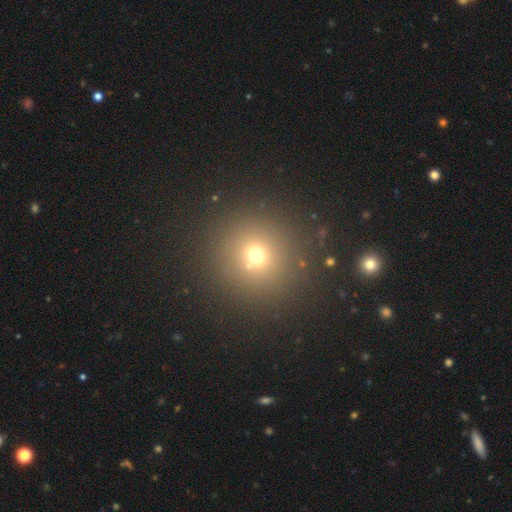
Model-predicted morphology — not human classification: A smooth galaxy with no disk features (66%) that is round (93%).

Vote fractions:
- Smooth or featured? smooth: 66% / star or artifact: 24% / featured or disk: 10%
- How rounded? round: 93% / in between: 6% / cigar-shaped: 1%
- Merging? none: 82% / merger: 7% / minor disturbance: 7% / major disturbance: 4%